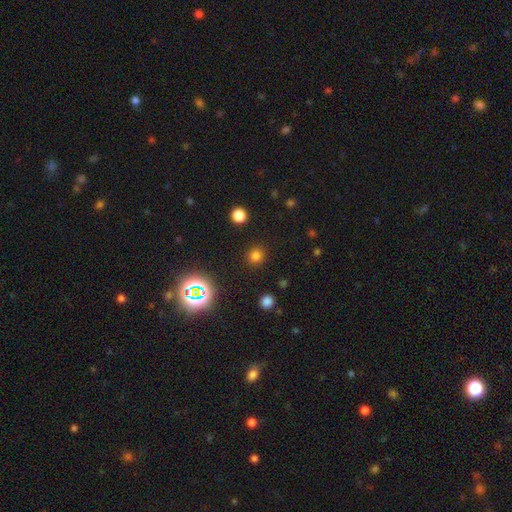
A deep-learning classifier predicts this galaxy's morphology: Smooth or featured? Predicted: smooth (p=0.73). How rounded? Predicted: round (p=0.92). Merging? Predicted: none (p=0.89).